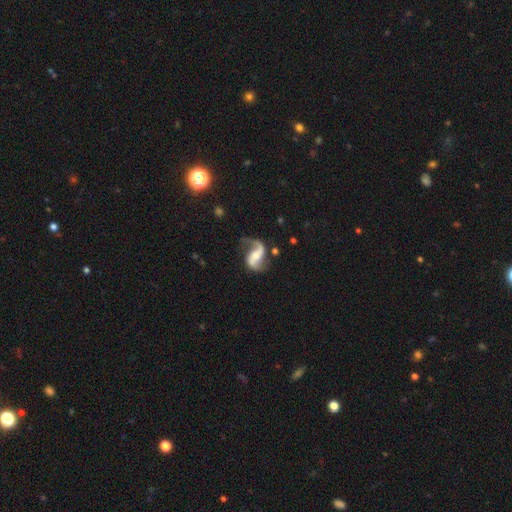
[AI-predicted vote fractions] Smooth or featured? Predicted: featured or disk (p=0.88). Edge-on disk? Predicted: no (p=0.97). Bar? Predicted: weak (p=0.38). Spiral arms? Predicted: yes (p=0.96). Spiral winding? Predicted: loose (p=0.69). Spiral arm count? Predicted: 2 (p=0.88). Bulge size? Predicted: moderate (p=0.44). Merging? Predicted: none (p=0.64).